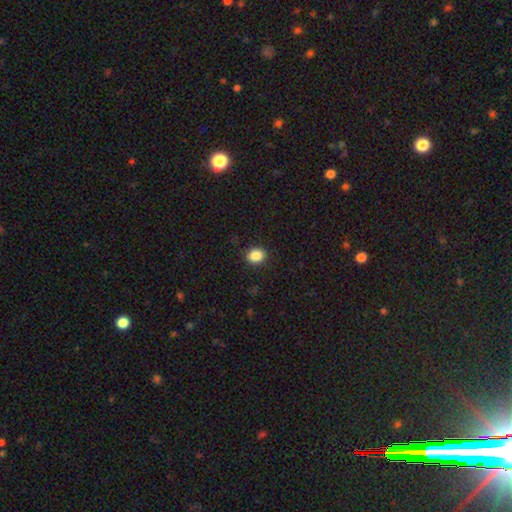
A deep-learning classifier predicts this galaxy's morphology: Q: Smooth or featured?
A: smooth (88%); runner-up: star or artifact (9%)
Q: How rounded?
A: round (52%); runner-up: in between (47%)
Q: Merging?
A: none (90%); runner-up: minor disturbance (7%)